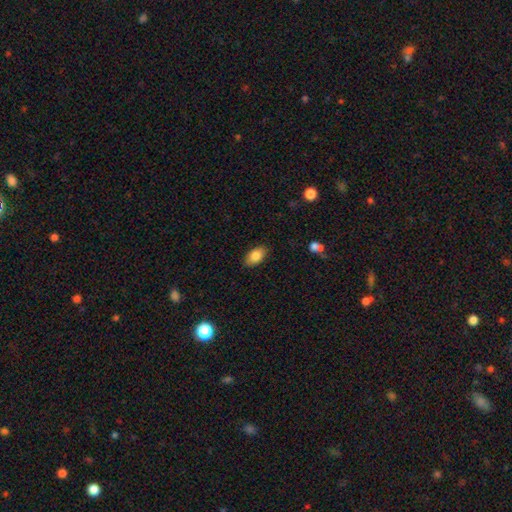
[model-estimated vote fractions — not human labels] smooth_or_featured: smooth (p=0.84) [alt: featured or disk p=0.09]
how_rounded: in between (p=0.92) [alt: round p=0.06]
merging: none (p=0.85) [alt: minor disturbance p=0.11]